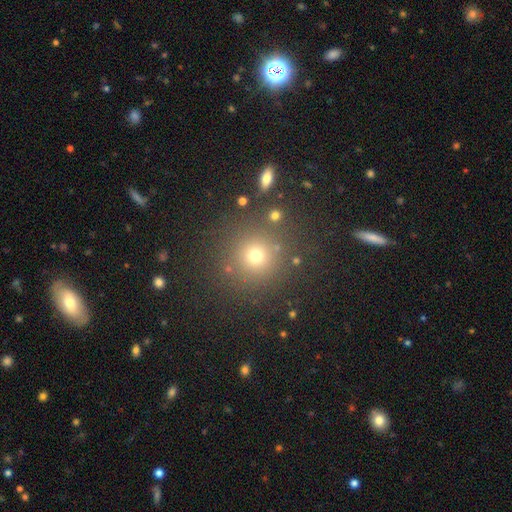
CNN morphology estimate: Smooth or featured? smooth (70%)
How rounded? round (93%)
Merging? none (84%)